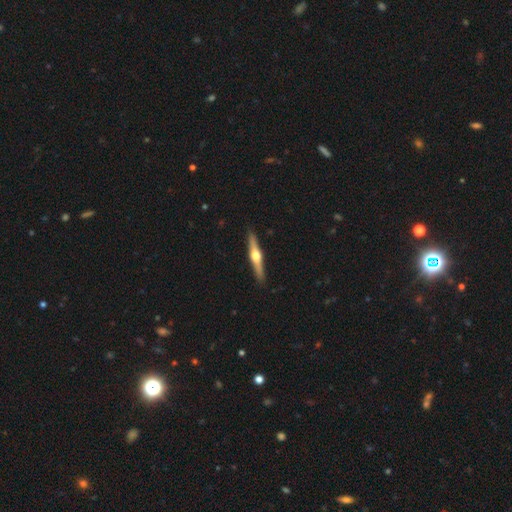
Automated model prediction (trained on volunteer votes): A featured or disk galaxy (73%) viewed edge-on (98%) with a rounded central bulge (95%).

Vote fractions:
- Smooth or featured? featured or disk: 73% / smooth: 23% / star or artifact: 5%
- Edge-on disk? yes: 98% / no: 2%
- Edge-on bulge? rounded: 95% / boxy: 3% / none: 2%
- Merging? none: 92% / minor disturbance: 6% / major disturbance: 1% / merger: 1%